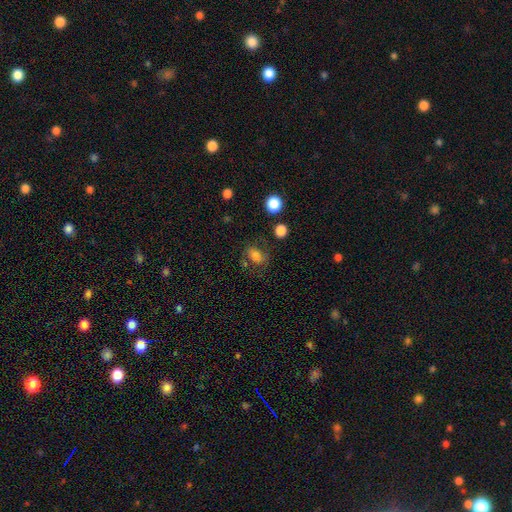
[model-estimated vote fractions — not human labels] Overall: smooth (69%). How rounded: in between (68%; round 30%). Merging: none (66%).